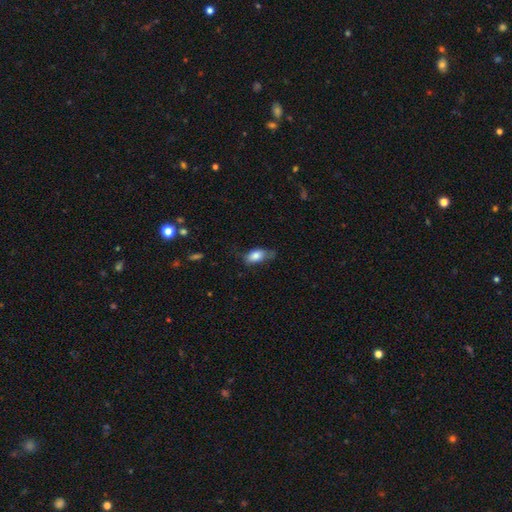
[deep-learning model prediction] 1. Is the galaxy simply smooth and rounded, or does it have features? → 79% smooth, 14% featured or disk, 7% star or artifact.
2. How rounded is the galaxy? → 88% in between, 6% cigar-shaped, 6% round.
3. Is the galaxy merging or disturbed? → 47% none, 35% minor disturbance, 16% major disturbance, 2% merger.